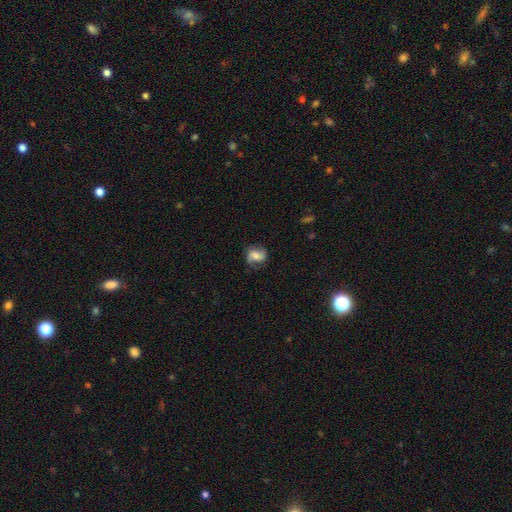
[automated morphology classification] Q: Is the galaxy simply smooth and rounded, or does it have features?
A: featured or disk — 59%.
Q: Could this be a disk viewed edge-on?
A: no — 97%.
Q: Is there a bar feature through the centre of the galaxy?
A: no — 48%.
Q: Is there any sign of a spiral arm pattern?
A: yes — 91%.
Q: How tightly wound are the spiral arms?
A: loose — 44%.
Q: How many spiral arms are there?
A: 2 — 87%.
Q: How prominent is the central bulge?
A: moderate — 55%.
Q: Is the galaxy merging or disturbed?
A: none — 73%.